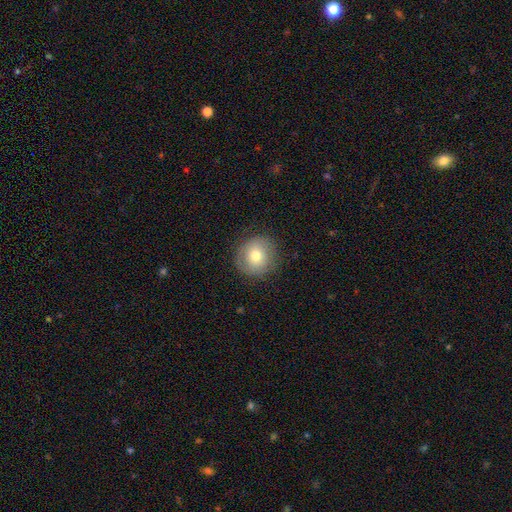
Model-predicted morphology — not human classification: A smooth galaxy with no disk features (70%) that is round (91%).

Vote fractions:
- Smooth or featured? smooth: 70% / featured or disk: 20% / star or artifact: 10%
- How rounded? round: 91% / in between: 8% / cigar-shaped: 1%
- Merging? none: 83% / minor disturbance: 12% / major disturbance: 4% / merger: 1%